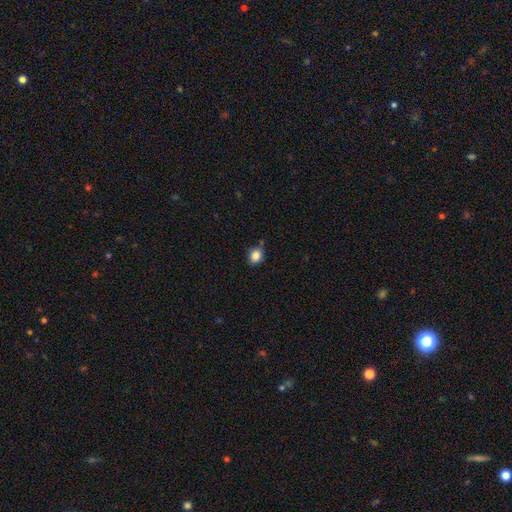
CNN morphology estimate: A smooth galaxy with no disk features (84%) that is round (55%). Merging: none (78%).